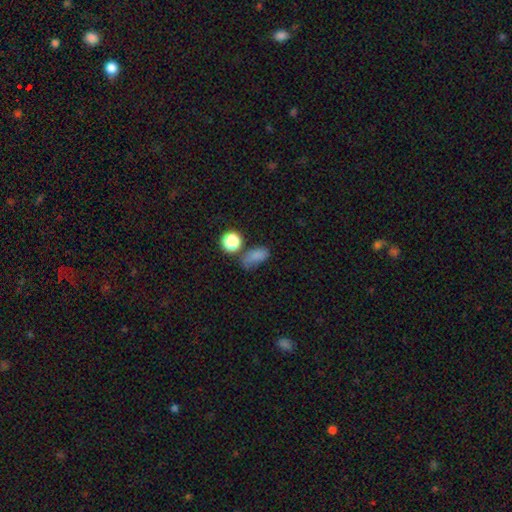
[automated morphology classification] A smooth galaxy with no disk features (77%) that is in between round and cigar-shaped (78%). Merging: none (52%).